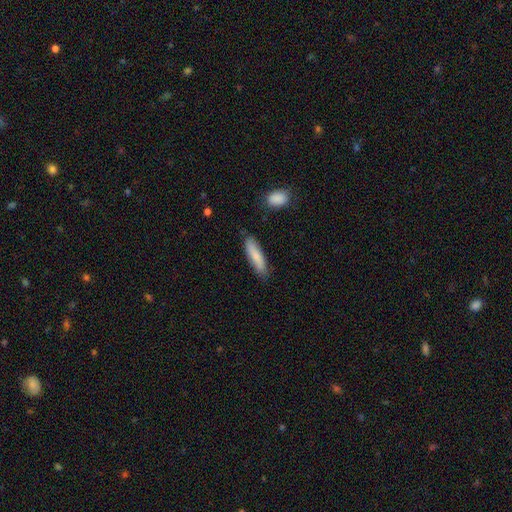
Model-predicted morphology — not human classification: A smooth galaxy with no disk features (79%) that is cigar-shaped (71%).

Vote fractions:
- Smooth or featured? smooth: 79% / featured or disk: 15% / star or artifact: 6%
- How rounded? cigar-shaped: 71% / in between: 27% / round: 2%
- Merging? none: 81% / minor disturbance: 14% / major disturbance: 2% / merger: 2%